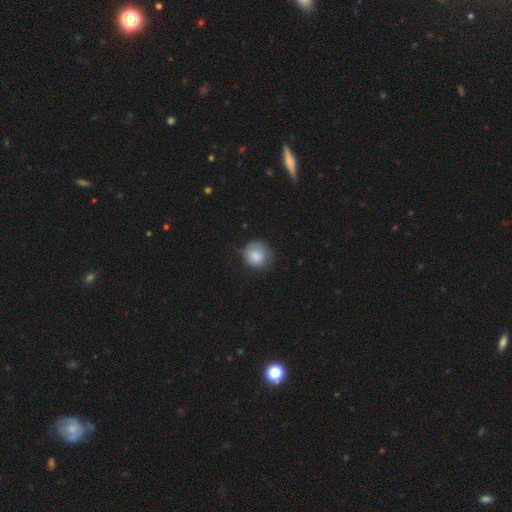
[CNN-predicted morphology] The model was most divided on "merging": none: 72%, minor disturbance: 21%, major disturbance: 5%, merger: 1%. More confident: how rounded — round (87%); smooth or featured — smooth (84%).